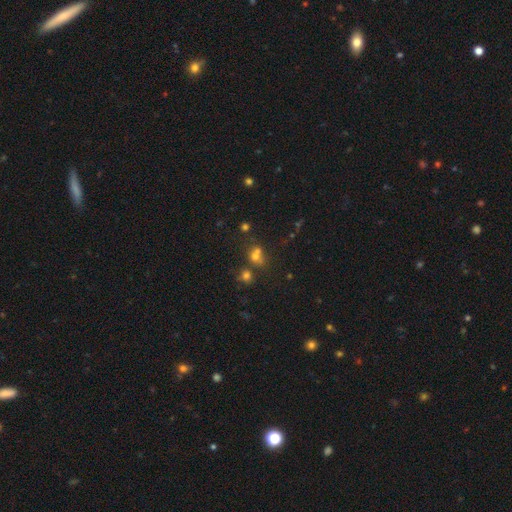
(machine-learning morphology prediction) Q: Smooth or featured?
A: smooth (60%); runner-up: star or artifact (26%)
Q: How rounded?
A: round (74%); runner-up: in between (25%)
Q: Merging?
A: merger (45%); runner-up: none (41%)